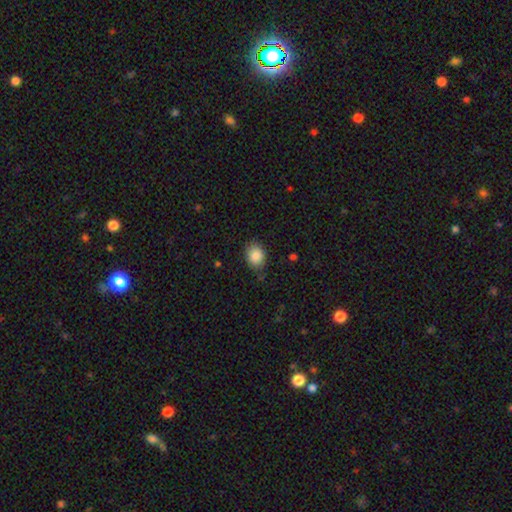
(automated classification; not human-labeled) Smooth or featured? smooth (87%)
How rounded? in between (50%)
Merging? none (79%)